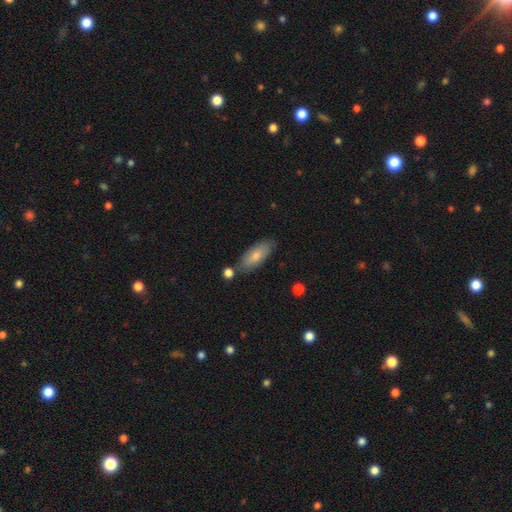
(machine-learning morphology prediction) This is likely a smooth galaxy (77%). How rounded: likely in between (75%). Merging: likely none (75%).